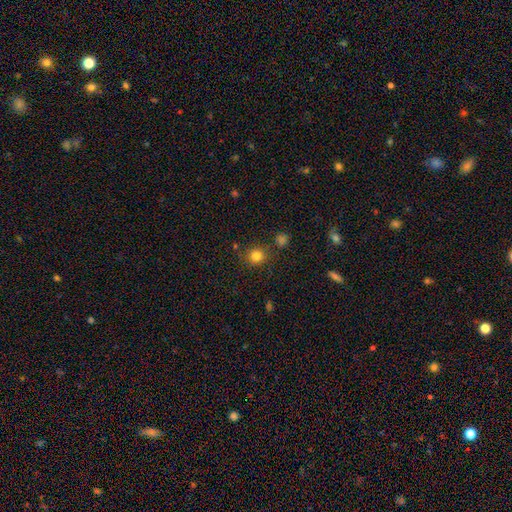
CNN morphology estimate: This appears to be a smooth galaxy with no disk features (81%) that is round (90%). Merging: none (83%).